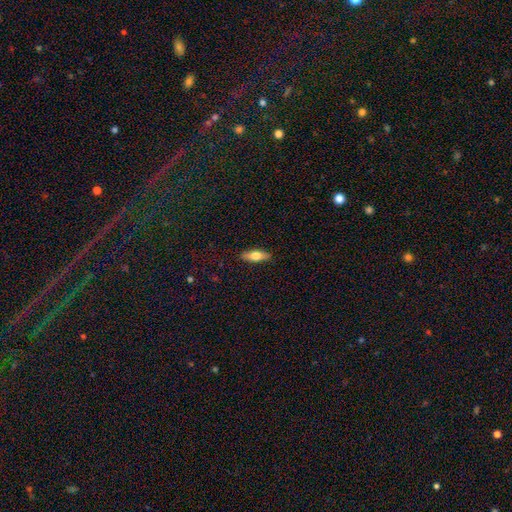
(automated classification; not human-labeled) Q: Smooth or featured?
A: smooth (68%); runner-up: featured or disk (26%)
Q: How rounded?
A: in between (63%); runner-up: cigar-shaped (34%)
Q: Merging?
A: none (89%); runner-up: minor disturbance (8%)